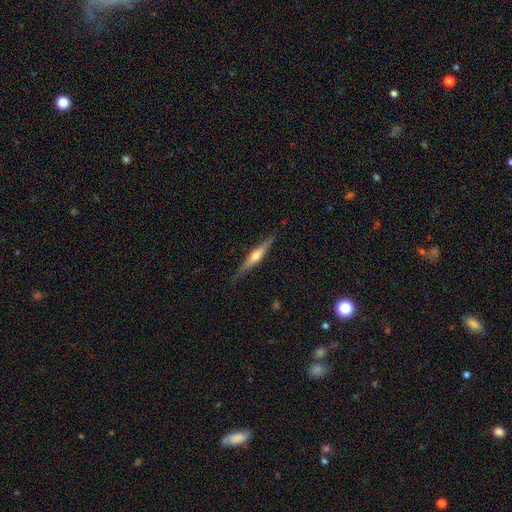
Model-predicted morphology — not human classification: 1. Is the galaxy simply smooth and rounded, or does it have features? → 58% featured or disk, 36% smooth, 6% star or artifact.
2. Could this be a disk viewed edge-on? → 95% yes, 5% no.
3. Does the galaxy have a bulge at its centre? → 86% rounded, 9% none, 5% boxy.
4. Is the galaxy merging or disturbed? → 82% none, 14% minor disturbance, 2% major disturbance, 1% merger.